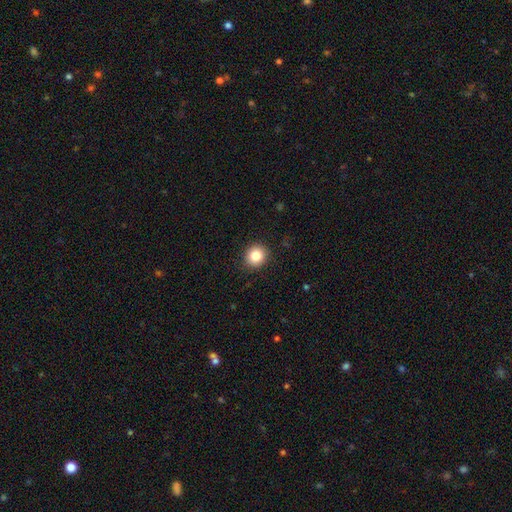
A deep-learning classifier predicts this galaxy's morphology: Smooth or featured?
  - smooth: 84% *
  - star or artifact: 10%
  - featured or disk: 6%
How rounded?
  - round: 85% *
  - in between: 14%
  - cigar-shaped: 1%
Merging?
  - none: 91% *
  - minor disturbance: 6%
  - major disturbance: 2%
  - merger: 1%